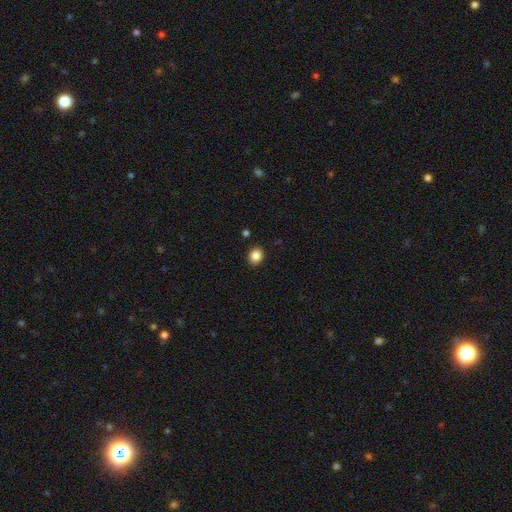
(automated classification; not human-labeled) Overall: smooth (85%). How rounded: round (70%). Merging: none (90%).